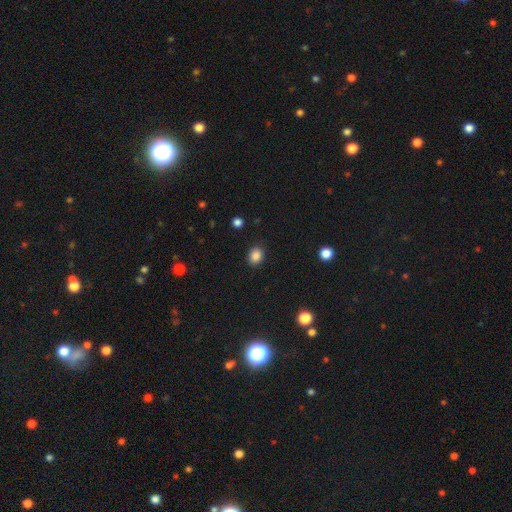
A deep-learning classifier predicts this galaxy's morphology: type=smooth (86%); roundness=round (54%); merging=none (88%).